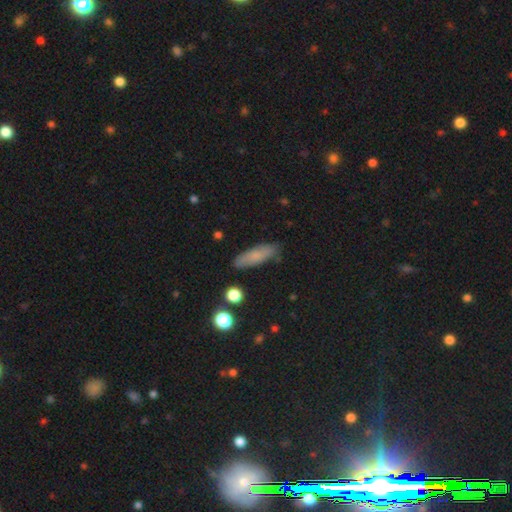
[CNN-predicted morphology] This is likely a smooth galaxy (75%). How rounded: possibly cigar-shaped (51%). Merging: likely none (79%).